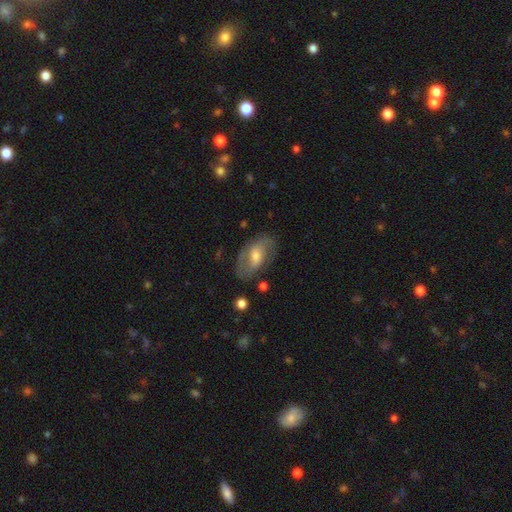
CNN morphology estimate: A featured or disk galaxy (63%) with a weak bar (44%), spiral arms (74%) and a moderate central bulge (53%).

Vote fractions:
- Smooth or featured? featured or disk: 63% / smooth: 30% / star or artifact: 7%
- Edge-on disk? no: 94% / yes: 6%
- Bar? weak: 44% / no: 35% / strong: 21%
- Spiral arms? yes: 74% / no: 26%
- Bulge size? moderate: 53% / small: 36% / large: 7% / none: 3% / dominant: 1%
- Merging? none: 72% / minor disturbance: 18% / major disturbance: 9% / merger: 2%